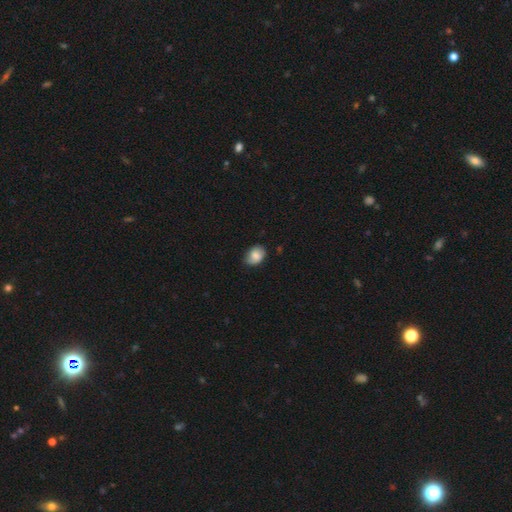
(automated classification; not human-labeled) A smooth galaxy with no disk features (78%) that is in between round and cigar-shaped (71%).

Vote fractions:
- Smooth or featured? smooth: 78% / featured or disk: 14% / star or artifact: 8%
- How rounded? in between: 71% / round: 28% / cigar-shaped: 1%
- Merging? none: 68% / minor disturbance: 26% / major disturbance: 4% / merger: 1%